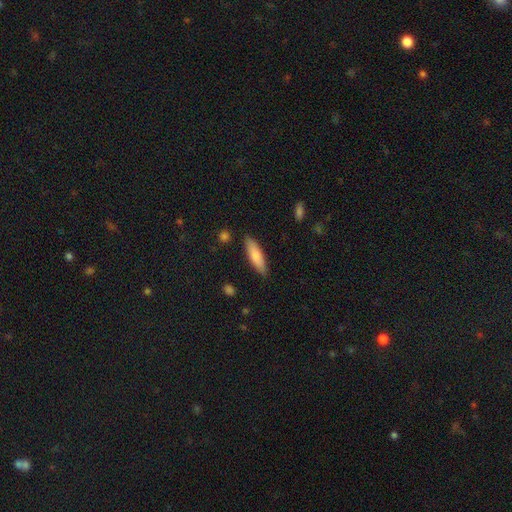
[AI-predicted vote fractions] A smooth galaxy with no disk features (77%) that is cigar-shaped (66%).

Vote fractions:
- Smooth or featured? smooth: 77% / featured or disk: 18% / star or artifact: 6%
- How rounded? cigar-shaped: 66% / in between: 33% / round: 2%
- Merging? none: 86% / minor disturbance: 10% / major disturbance: 2% / merger: 1%